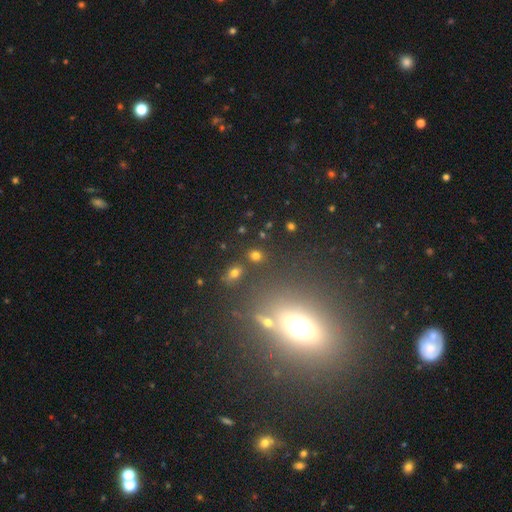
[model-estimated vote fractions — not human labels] Q: Smooth or featured?
A: smooth (73%); runner-up: star or artifact (19%)
Q: How rounded?
A: round (61%); runner-up: in between (36%)
Q: Merging?
A: none (81%); runner-up: minor disturbance (9%)